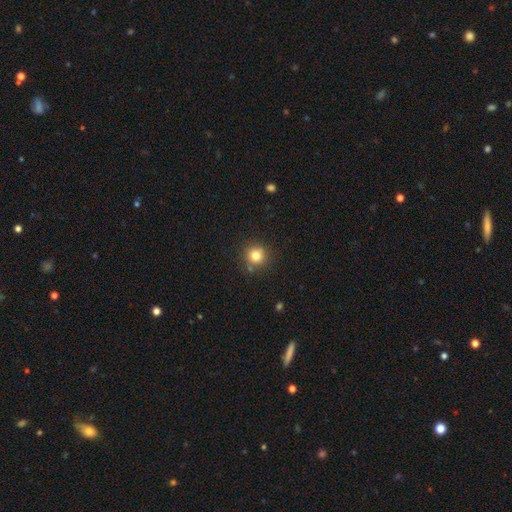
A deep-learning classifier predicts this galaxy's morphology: type=smooth (80%); roundness=round (93%); merging=none (84%).